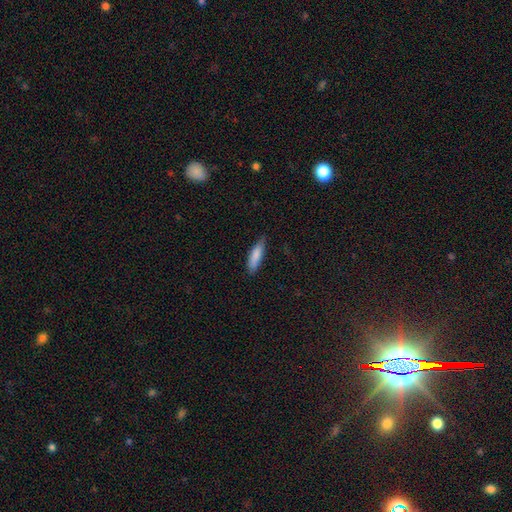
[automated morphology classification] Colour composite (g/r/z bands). It shows a smooth galaxy with no disk features (84%) that is cigar-shaped (62%). Merging: none (75%).